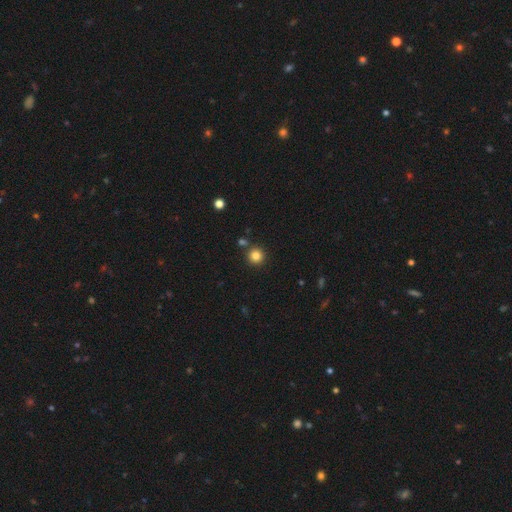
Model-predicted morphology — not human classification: A smooth galaxy with no disk features (83%) that is round (95%).

Vote fractions:
- Smooth or featured? smooth: 83% / star or artifact: 12% / featured or disk: 5%
- How rounded? round: 95% / in between: 4% / cigar-shaped: 1%
- Merging? none: 86% / merger: 6% / minor disturbance: 6% / major disturbance: 2%